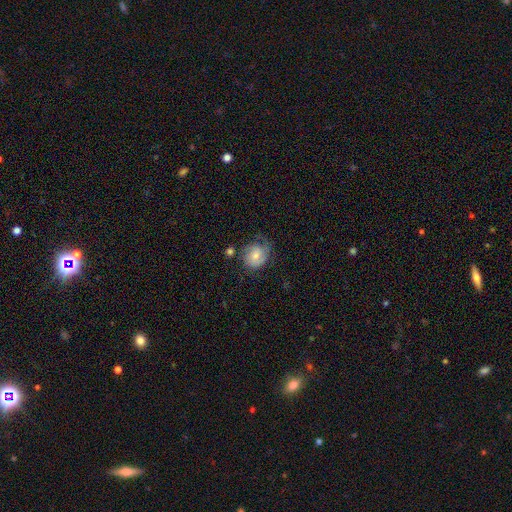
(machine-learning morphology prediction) Smooth or featured: smooth — 49% (featured or disk — 44%)
Merging: none — 48% (minor disturbance — 29%)